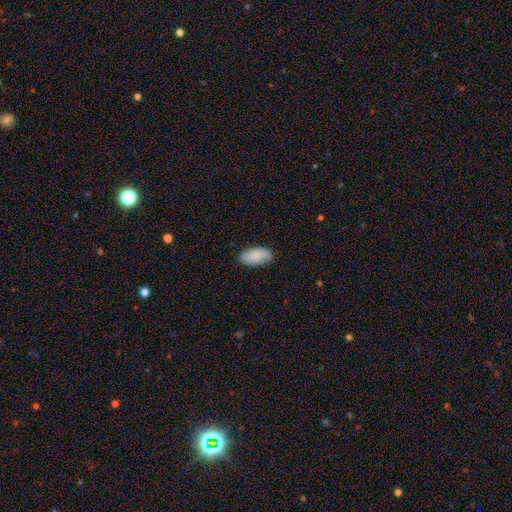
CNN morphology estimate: This is clearly a smooth galaxy (87%). How rounded: clearly in between (94%). Merging: clearly none (83%).